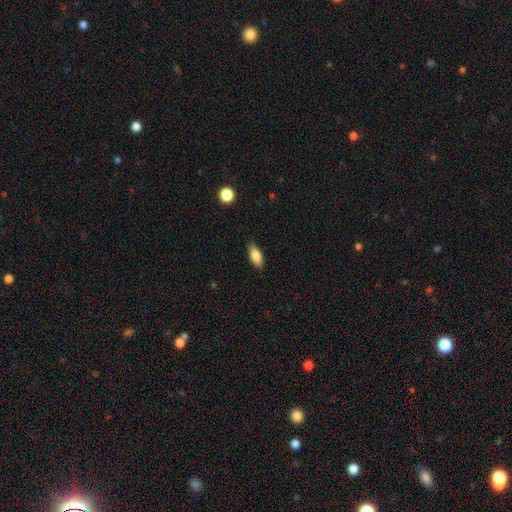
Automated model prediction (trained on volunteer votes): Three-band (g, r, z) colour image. It shows a smooth galaxy with no disk features (82%) that is in between round and cigar-shaped (80%). Merging: none (86%).